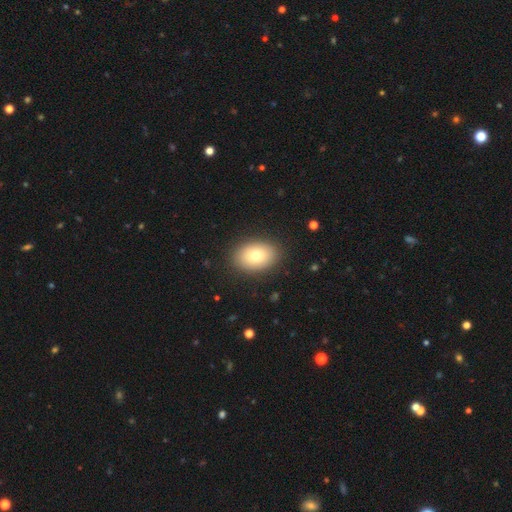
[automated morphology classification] Overall: smooth (77%). How rounded: in between (81%). Merging: none (88%).